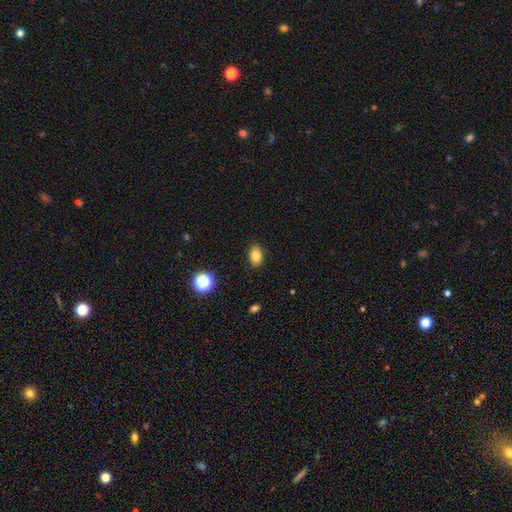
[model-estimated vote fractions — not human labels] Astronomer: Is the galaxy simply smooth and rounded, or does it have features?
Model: smooth — 84%.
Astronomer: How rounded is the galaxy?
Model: in between — 84%.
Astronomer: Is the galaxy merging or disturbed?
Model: none — 89%.